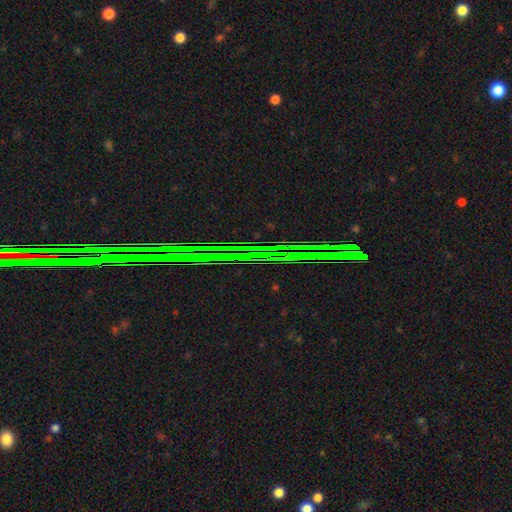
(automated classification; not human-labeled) Overall: star or artifact (81%).